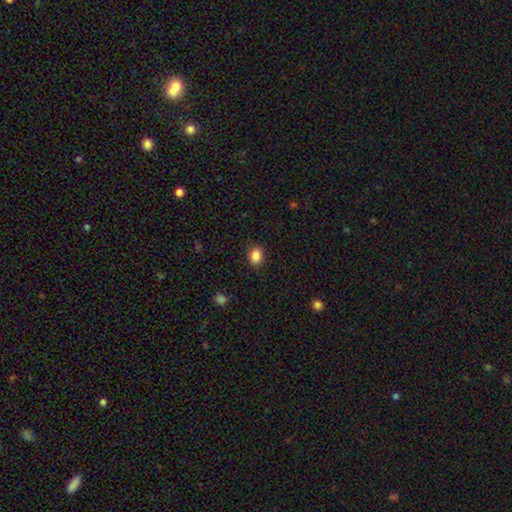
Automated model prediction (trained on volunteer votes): Smooth or featured? Predicted: smooth (p=0.87). How rounded? Predicted: in between (p=0.57). Merging? Predicted: none (p=0.88).